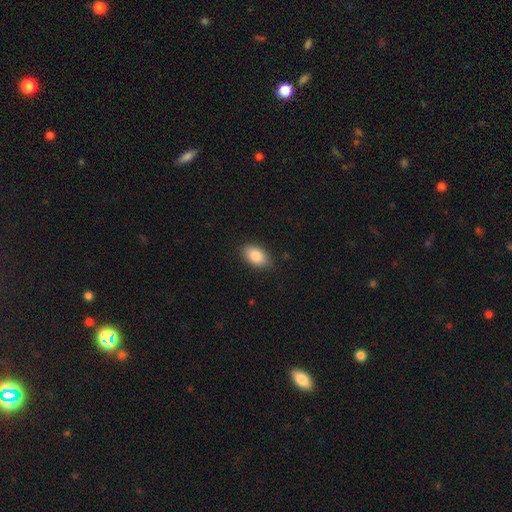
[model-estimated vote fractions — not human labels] smooth-or-featured: smooth: 84% | featured or disk: 9% | star or artifact: 7%
  how-rounded: in between: 91% | round: 6% | cigar-shaped: 2%
  merging: none: 85% | minor disturbance: 11% | major disturbance: 2% | merger: 1%